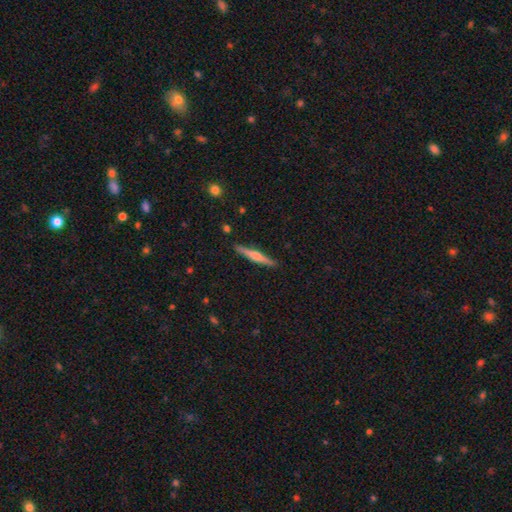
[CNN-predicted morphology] A featured or disk galaxy (58%) viewed edge-on (98%) with a rounded central bulge (75%). Merging: none (91%).